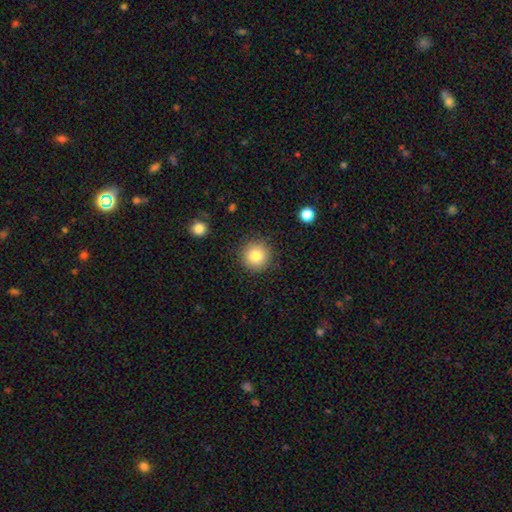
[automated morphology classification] type=smooth (82%); roundness=round (95%); merging=none (90%).